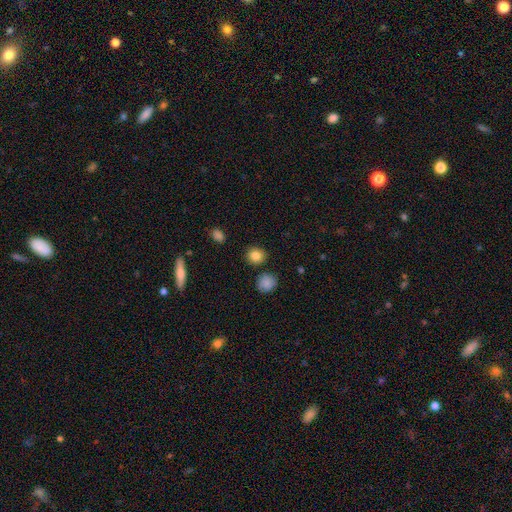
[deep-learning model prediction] Smooth or featured? smooth (85%)
How rounded? round (82%)
Merging? none (87%)